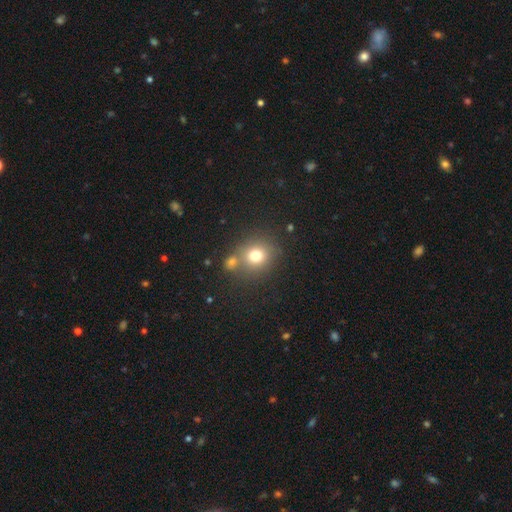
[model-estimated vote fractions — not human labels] Q: Smooth or featured?
A: smooth (74%); runner-up: star or artifact (15%)
Q: How rounded?
A: round (82%); runner-up: in between (17%)
Q: Merging?
A: none (65%); runner-up: merger (22%)